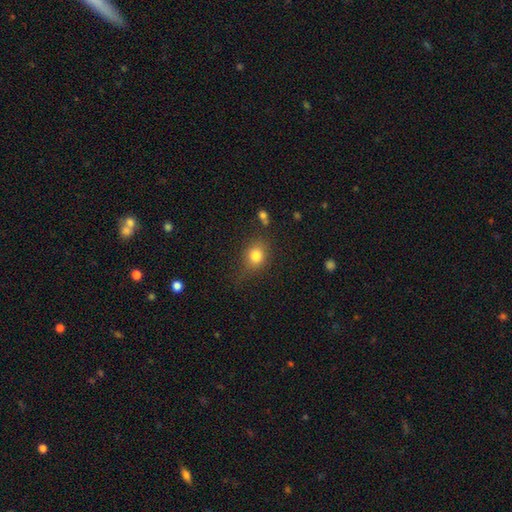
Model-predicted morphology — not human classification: Smooth or featured? smooth (80%)
How rounded? round (61%)
Merging? none (67%)